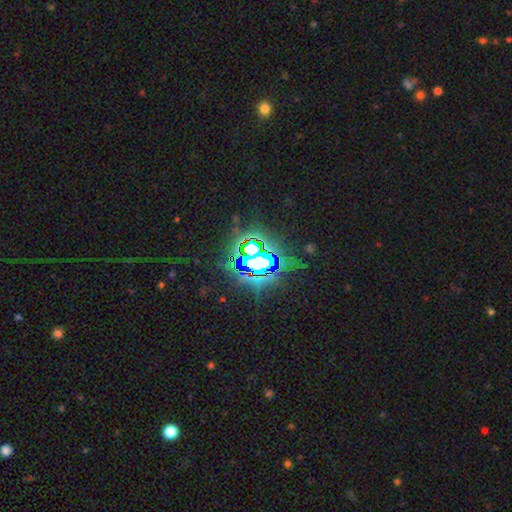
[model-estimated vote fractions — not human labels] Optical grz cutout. It shows a star or artifact, not a galaxy (80%).